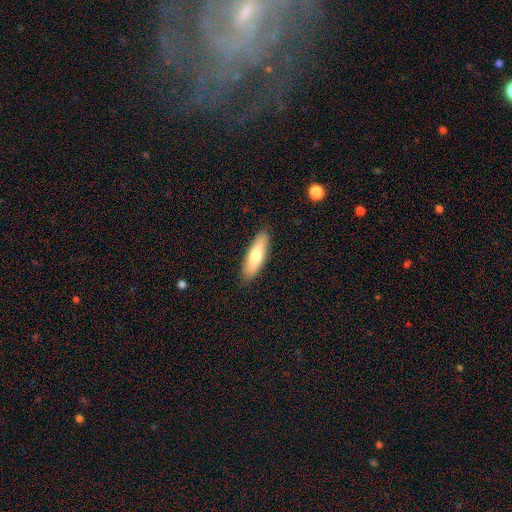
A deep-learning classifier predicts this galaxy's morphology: Overall: smooth (69%). How rounded: cigar-shaped (57%; in between 41%). Merging: none (89%).